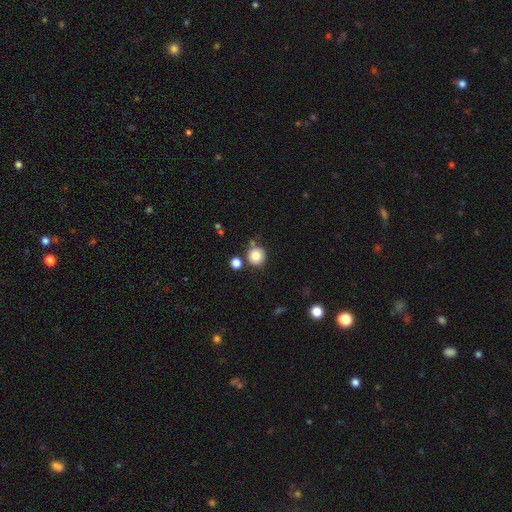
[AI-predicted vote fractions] Smooth or featured? Predicted: smooth (p=0.85). How rounded? Predicted: round (p=0.93). Merging? Predicted: none (p=0.75).